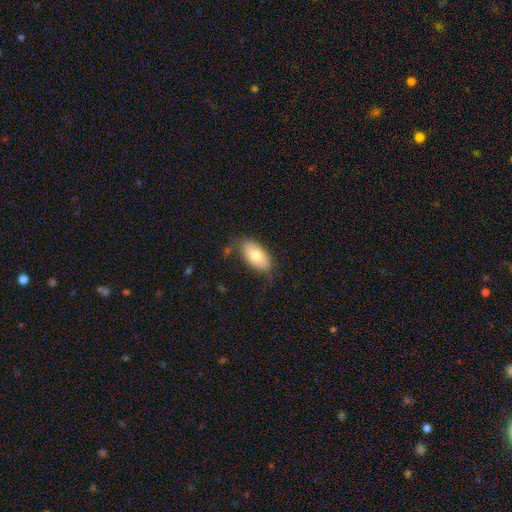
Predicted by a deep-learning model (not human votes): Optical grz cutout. It shows a smooth galaxy with no disk features (77%) that is in between round and cigar-shaped (94%). Merging: none (75%).